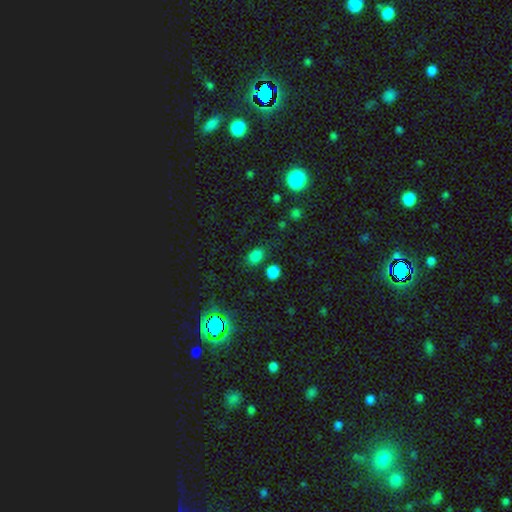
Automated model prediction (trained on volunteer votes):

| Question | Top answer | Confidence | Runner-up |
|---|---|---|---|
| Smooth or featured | smooth | 75% | star or artifact (20%) |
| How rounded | in between | 71% | round (27%) |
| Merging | none | 74% | minor disturbance (15%) |